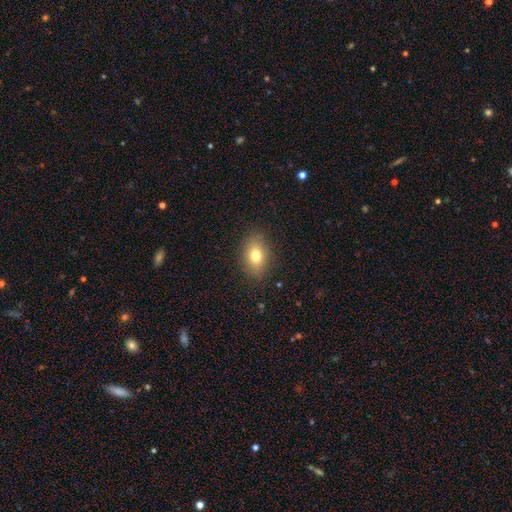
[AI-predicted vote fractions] Smooth or featured? Predicted: smooth (p=0.76). How rounded? Predicted: in between (p=0.77). Merging? Predicted: none (p=0.86).